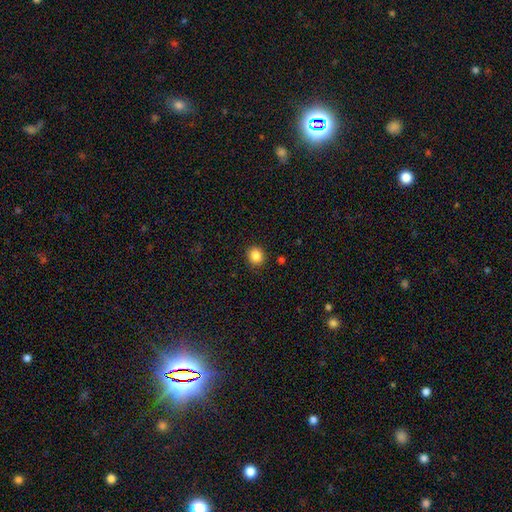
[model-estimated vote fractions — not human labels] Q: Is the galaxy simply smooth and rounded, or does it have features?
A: smooth — 85%.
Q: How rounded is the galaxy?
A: round — 81%.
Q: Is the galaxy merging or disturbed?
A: none — 90%.